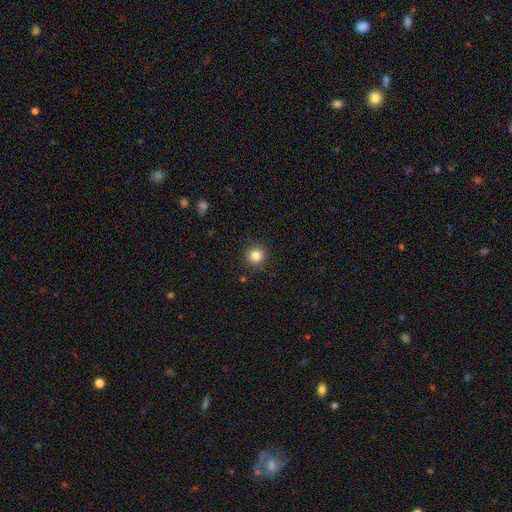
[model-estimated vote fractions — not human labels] This is clearly a smooth galaxy (83%). How rounded: clearly round (94%). Merging: clearly none (91%).